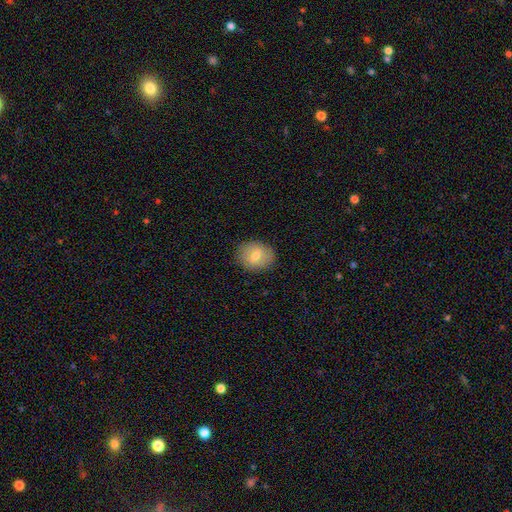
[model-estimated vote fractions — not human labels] Smooth or featured? smooth (73%)
How rounded? round (58%)
Merging? none (86%)